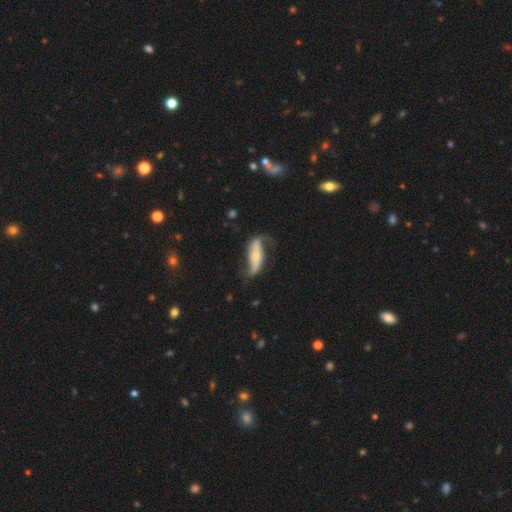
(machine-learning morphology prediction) smooth_or_featured: featured or disk (p=0.74) [alt: smooth p=0.21]
disk_edge_on: no (p=0.81) [alt: yes p=0.19]
bar: no (p=0.40) [alt: strong p=0.38]
has_spiral_arms: yes (p=0.88) [alt: no p=0.12]
spiral_winding: loose (p=0.76) [alt: medium p=0.17]
spiral_arm_count: 2 (p=0.87) [alt: 1 p=0.06]
bulge_size: small (p=0.48) [alt: moderate p=0.44]
merging: none (p=0.57) [alt: minor disturbance p=0.24]